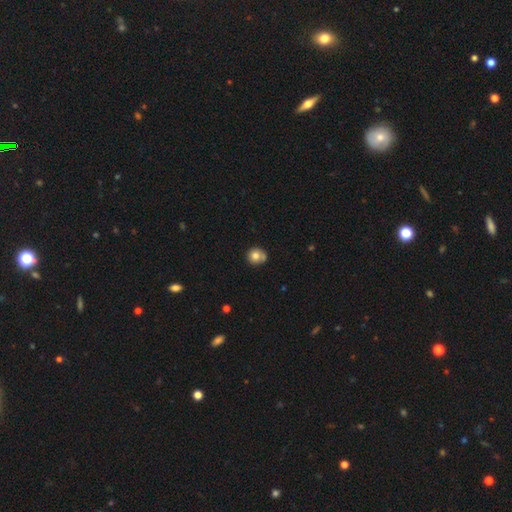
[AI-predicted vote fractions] smooth 78%, featured or disk 12%, star or artifact 10%. Down the decision tree: how rounded — round (87%); merging — none (63%).